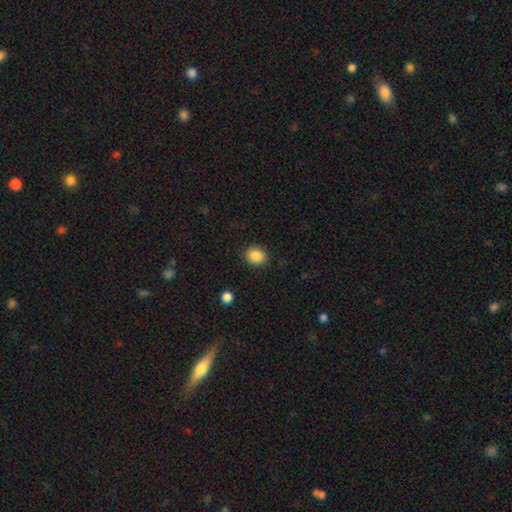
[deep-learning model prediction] A smooth galaxy with no disk features (87%) that is round (68%). Merging: none (88%).